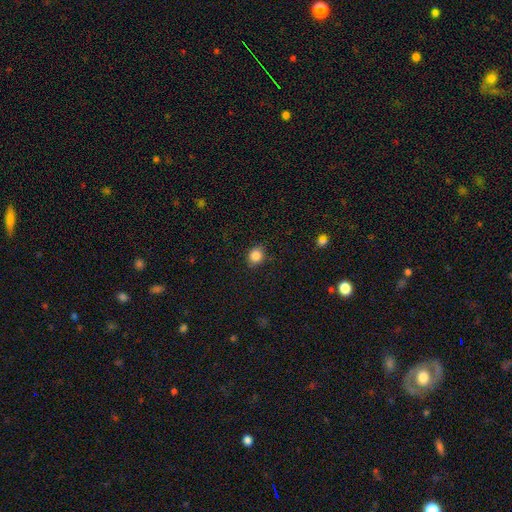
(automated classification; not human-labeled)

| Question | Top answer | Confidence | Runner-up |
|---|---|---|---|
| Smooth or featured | smooth | 85% | star or artifact (10%) |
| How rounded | round | 69% | in between (30%) |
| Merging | none | 85% | minor disturbance (11%) |